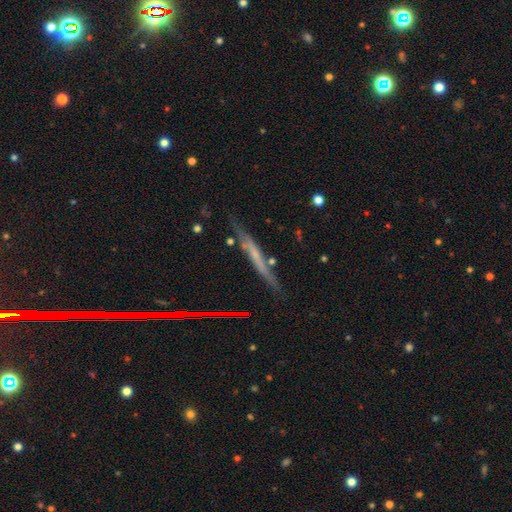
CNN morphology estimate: type=featured or disk (56%); edge-on=yes (89%); edge-on bulge=none (77%); merging=none (71%).